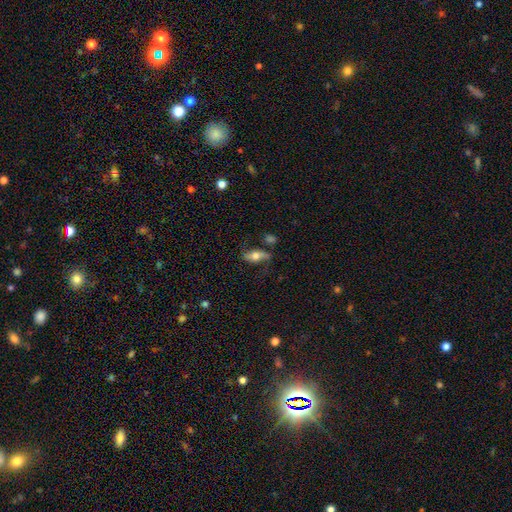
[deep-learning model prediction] The model was most divided on "smooth or featured": featured or disk: 52%, smooth: 40%, star or artifact: 8%. More confident: edge-on disk — no (72%); merging — none (63%).